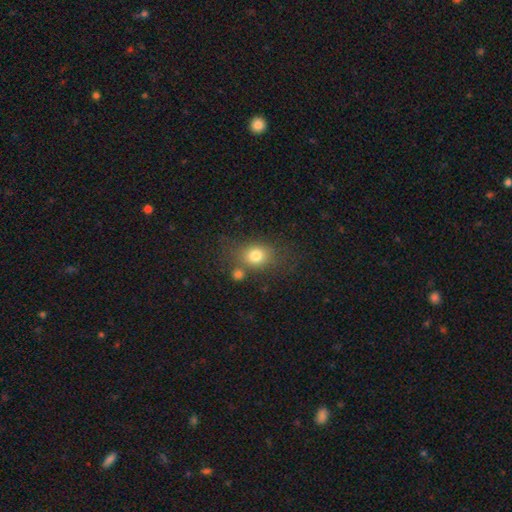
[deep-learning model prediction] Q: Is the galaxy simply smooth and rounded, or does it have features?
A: smooth — 77%.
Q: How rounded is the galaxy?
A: round — 58%.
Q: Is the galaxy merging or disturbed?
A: none — 62%.